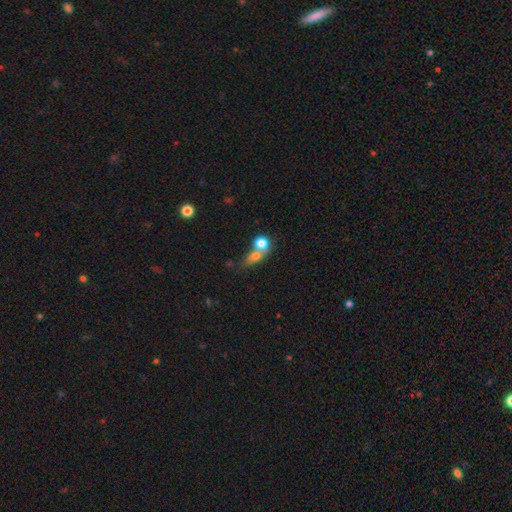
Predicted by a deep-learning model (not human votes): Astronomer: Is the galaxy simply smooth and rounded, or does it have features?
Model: smooth — 72%.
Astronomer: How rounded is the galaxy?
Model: round — 52% (runner-up: in between, 42%).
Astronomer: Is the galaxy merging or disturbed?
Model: merger — 61%.